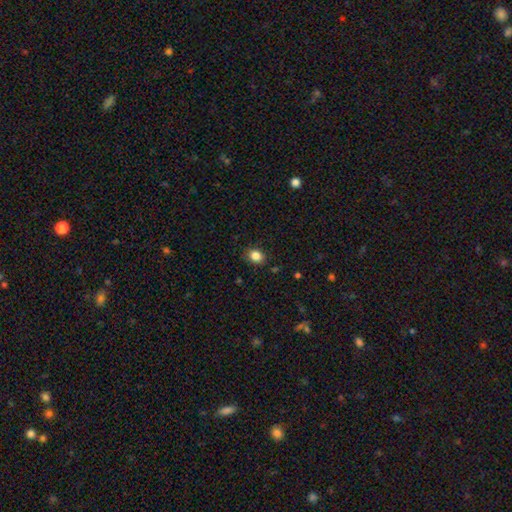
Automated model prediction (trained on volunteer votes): This is clearly a smooth galaxy (85%). How rounded: possibly round (51%). Merging: clearly none (85%).